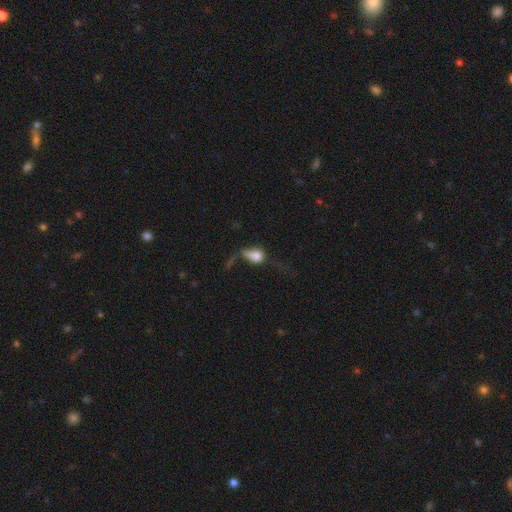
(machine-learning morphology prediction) The model was most divided on "merging": major disturbance: 47%, minor disturbance: 23%, none: 21%, merger: 8%. More confident: smooth or featured — smooth (68%); how rounded — in between (66%).